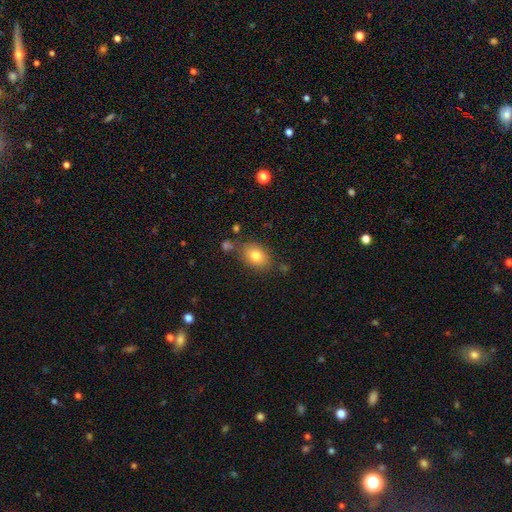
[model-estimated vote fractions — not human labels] Morphology: type=smooth (80%); roundness=in between (73%); merging=none (73%).